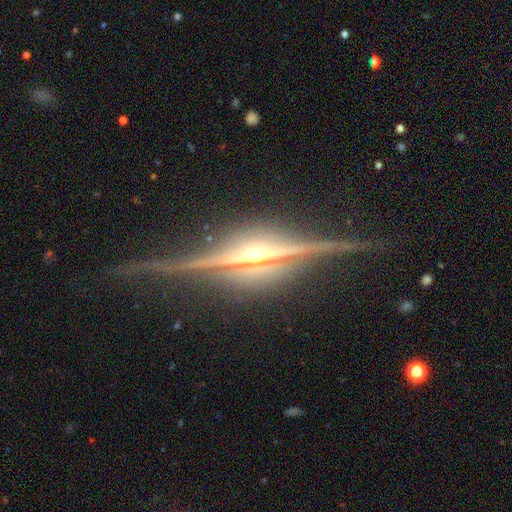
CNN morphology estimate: The model was most divided on "merging": none: 87%, minor disturbance: 10%, major disturbance: 2%, merger: 1%. More confident: edge-on disk — yes (98%); smooth or featured — featured or disk (91%); edge-on bulge — rounded (91%).